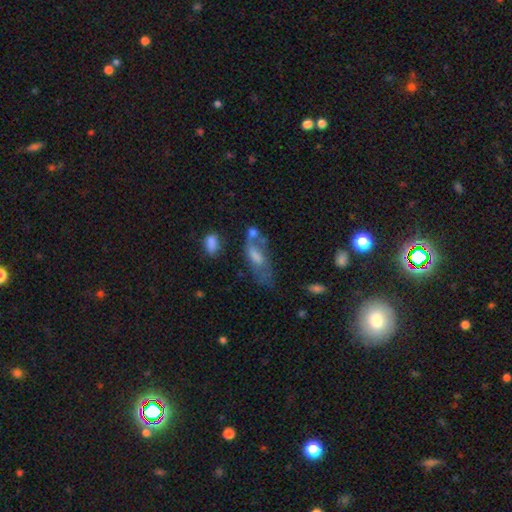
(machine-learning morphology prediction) Overall: smooth (47%; featured or disk 41%). Merging: none (41%; minor disturbance 23%).